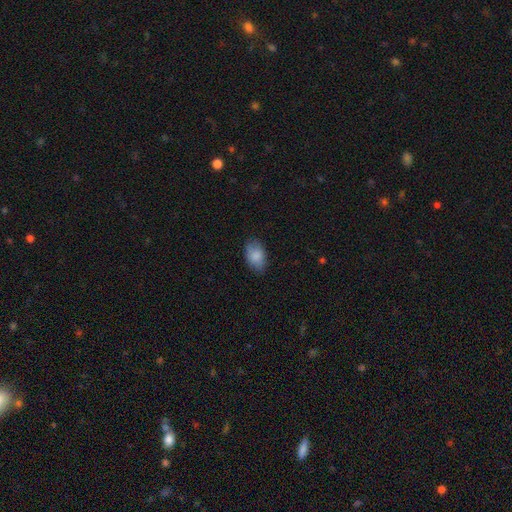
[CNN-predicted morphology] This is clearly a smooth galaxy (85%). How rounded: clearly in between (90%). Merging: likely none (78%).